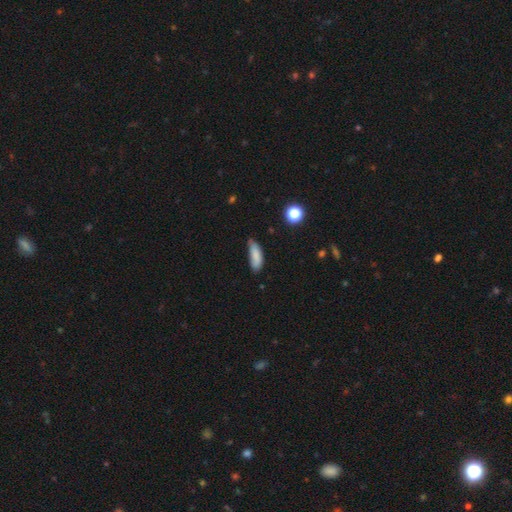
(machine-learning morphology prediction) This is clearly a smooth galaxy (82%). How rounded: likely in between (63%). Merging: possibly none (56%).